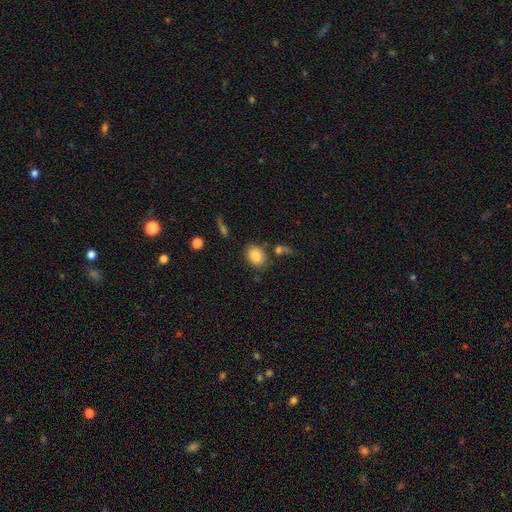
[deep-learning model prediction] smooth-or-featured: smooth: 85% | star or artifact: 8% | featured or disk: 6%
  how-rounded: in between: 65% | round: 33% | cigar-shaped: 1%
  merging: none: 74% | minor disturbance: 14% | merger: 7% | major disturbance: 5%